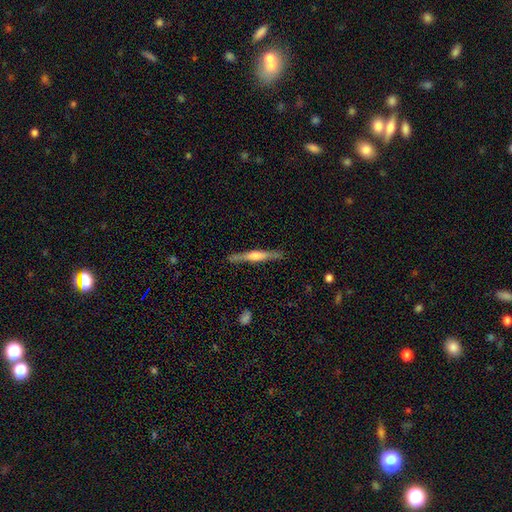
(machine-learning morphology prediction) Smooth or featured: featured or disk — 70% (smooth — 25%)
Edge-on disk: yes — 97% (no — 3%)
Edge-on bulge: rounded — 78% (boxy — 15%)
Merging: none — 88% (minor disturbance — 9%)